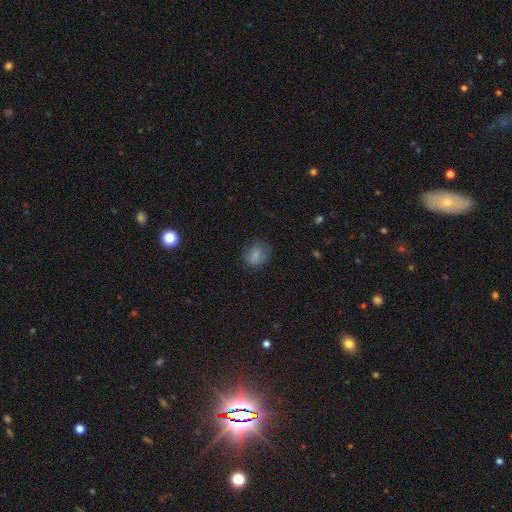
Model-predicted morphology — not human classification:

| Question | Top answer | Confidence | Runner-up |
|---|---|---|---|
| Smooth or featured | smooth | 81% | star or artifact (10%) |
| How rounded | round | 65% | in between (34%) |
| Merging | none | 71% | minor disturbance (20%) |